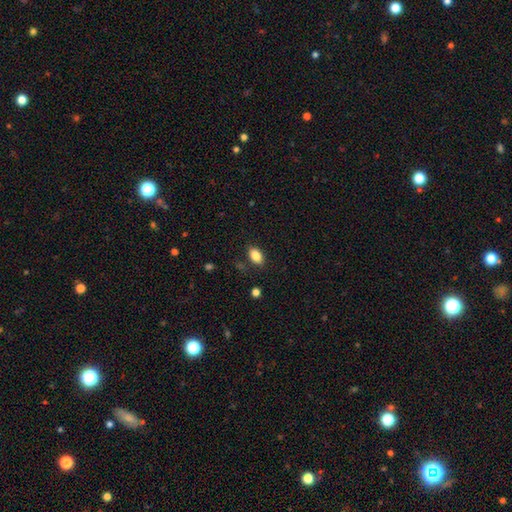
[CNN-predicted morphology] A smooth galaxy with no disk features (85%) that is in between round and cigar-shaped (89%).

Vote fractions:
- Smooth or featured? smooth: 85% / star or artifact: 8% / featured or disk: 6%
- How rounded? in between: 89% / round: 9% / cigar-shaped: 2%
- Merging? none: 85% / minor disturbance: 11% / major disturbance: 3% / merger: 2%